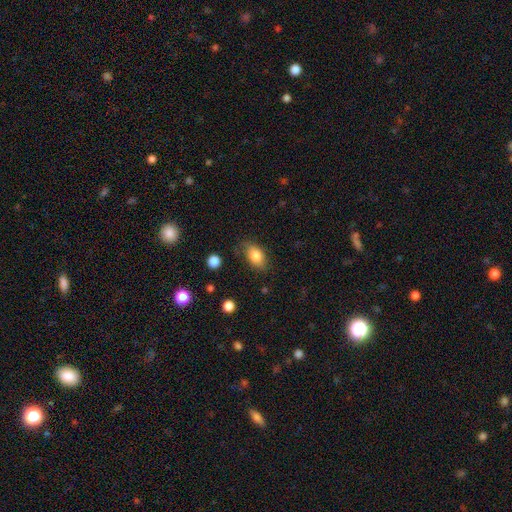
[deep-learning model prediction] This appears to be a smooth galaxy with no disk features (82%) that is in between round and cigar-shaped (85%). Merging: none (77%).